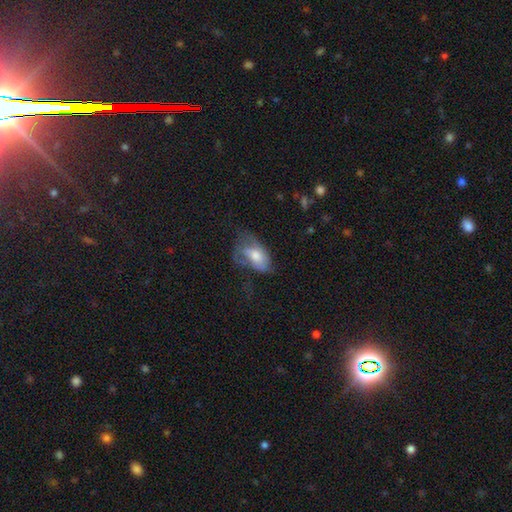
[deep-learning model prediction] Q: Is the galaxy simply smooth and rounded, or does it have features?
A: smooth — 54%.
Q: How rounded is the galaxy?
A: in between — 89%.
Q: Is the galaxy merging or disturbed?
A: major disturbance — 40%.